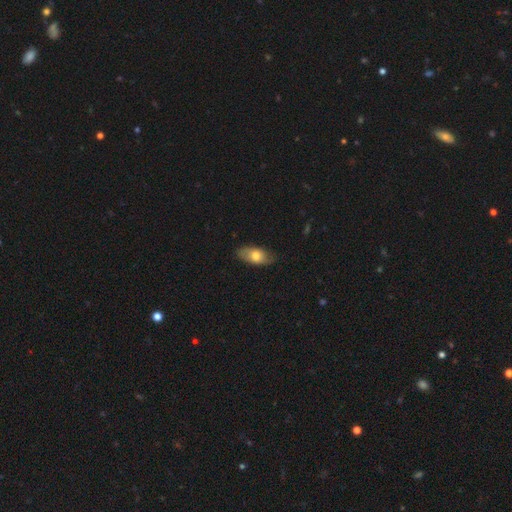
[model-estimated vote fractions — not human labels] Smooth or featured?
  - smooth: 70% *
  - featured or disk: 23%
  - star or artifact: 6%
How rounded?
  - in between: 88% *
  - cigar-shaped: 8%
  - round: 4%
Merging?
  - none: 77% *
  - minor disturbance: 19%
  - major disturbance: 3%
  - merger: 1%